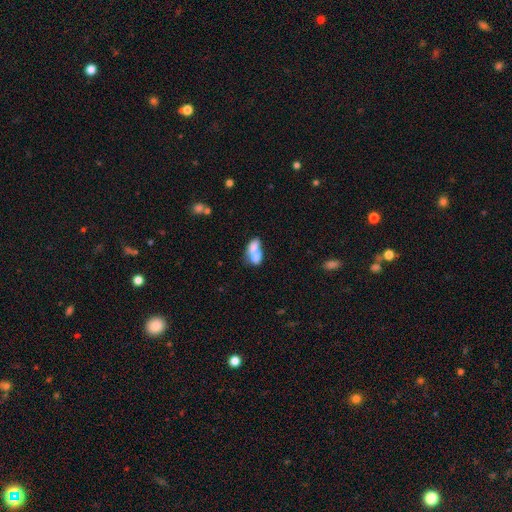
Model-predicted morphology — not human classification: Smooth or featured?
  - smooth: 64% *
  - featured or disk: 27%
  - star or artifact: 9%
How rounded?
  - in between: 79% *
  - cigar-shaped: 11%
  - round: 10%
Merging?
  - merger: 59% *
  - none: 18%
  - minor disturbance: 12%
  - major disturbance: 11%